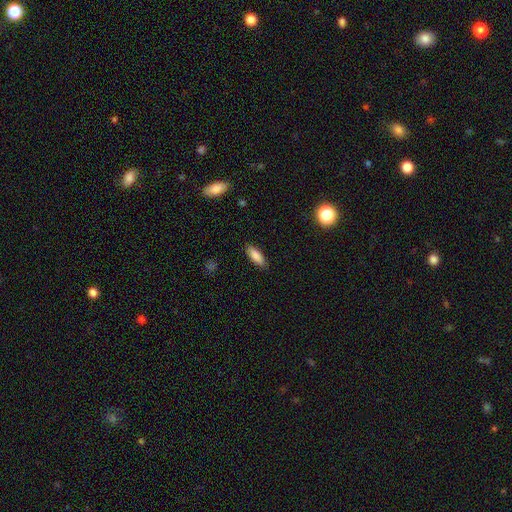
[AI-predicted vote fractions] Morphology: type=smooth (86%); roundness=in between (69%); merging=none (87%).